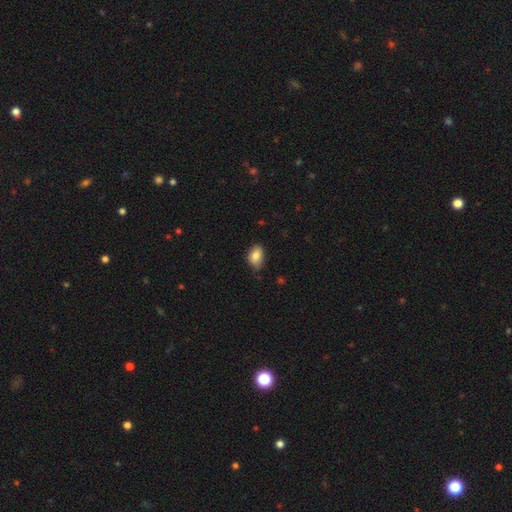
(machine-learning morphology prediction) Smooth or featured: smooth — 83% (featured or disk — 9%)
How rounded: in between — 86% (round — 13%)
Merging: none — 70% (minor disturbance — 25%)